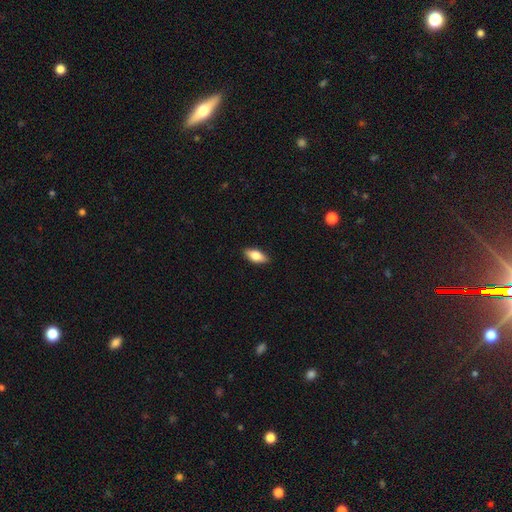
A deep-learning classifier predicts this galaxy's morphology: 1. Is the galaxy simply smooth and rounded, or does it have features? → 76% smooth, 18% featured or disk, 7% star or artifact.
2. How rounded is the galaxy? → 85% in between, 12% cigar-shaped, 3% round.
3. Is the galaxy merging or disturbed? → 88% none, 9% minor disturbance, 2% major disturbance, 1% merger.